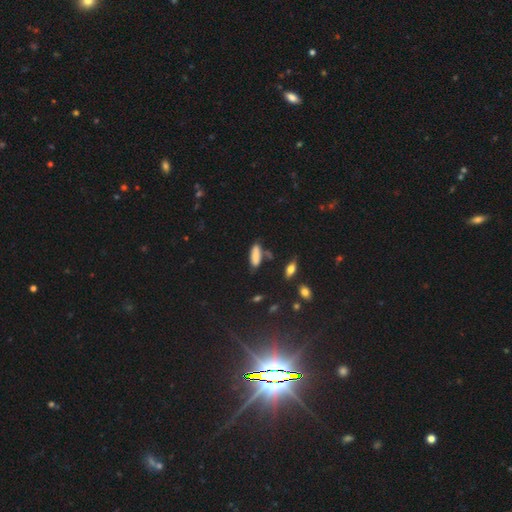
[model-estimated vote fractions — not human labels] A smooth galaxy with no disk features (82%) that is in between round and cigar-shaped (57%).

Vote fractions:
- Smooth or featured? smooth: 82% / featured or disk: 10% / star or artifact: 9%
- How rounded? in between: 57% / cigar-shaped: 41% / round: 2%
- Merging? none: 66% / minor disturbance: 21% / merger: 8% / major disturbance: 5%